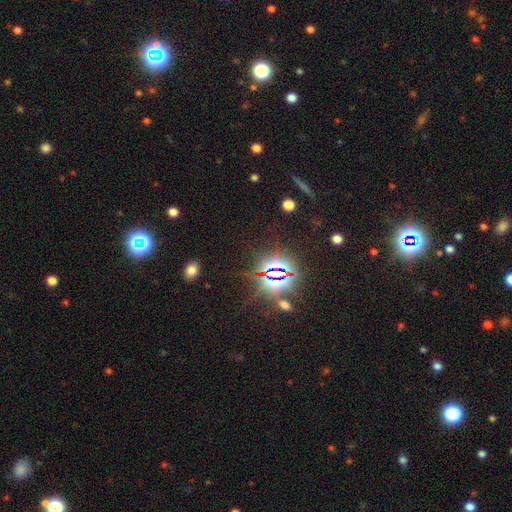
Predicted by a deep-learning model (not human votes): A star or artifact, not a galaxy (82%).

Vote fractions:
- Smooth or featured? star or artifact: 82% / smooth: 12% / featured or disk: 6%